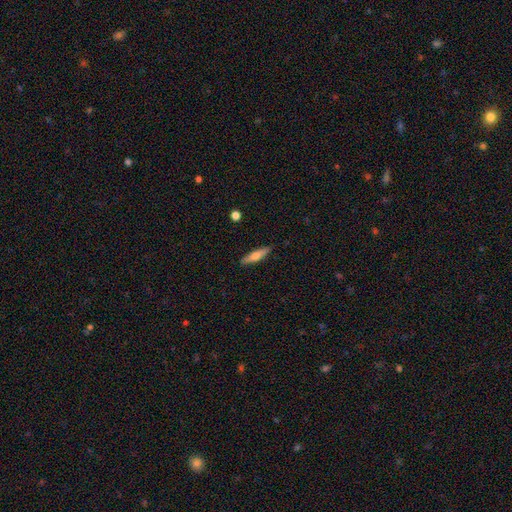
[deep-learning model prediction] Smooth or featured?
  - smooth: 57% *
  - featured or disk: 37%
  - star or artifact: 6%
How rounded?
  - cigar-shaped: 81% *
  - in between: 17%
  - round: 2%
Merging?
  - none: 90% *
  - minor disturbance: 8%
  - major disturbance: 2%
  - merger: 1%